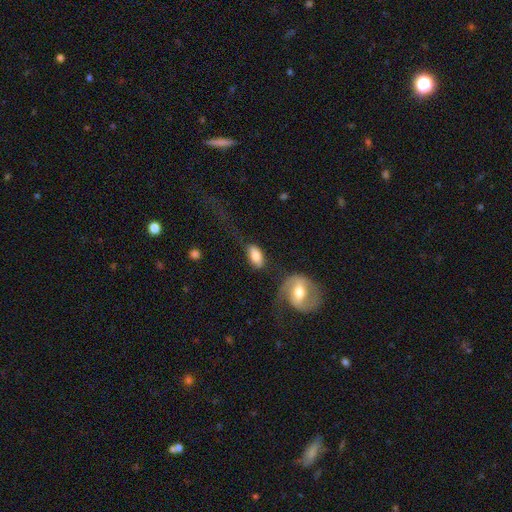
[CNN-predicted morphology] Smooth or featured? smooth (76%)
How rounded? in between (91%)
Merging? none (48%)